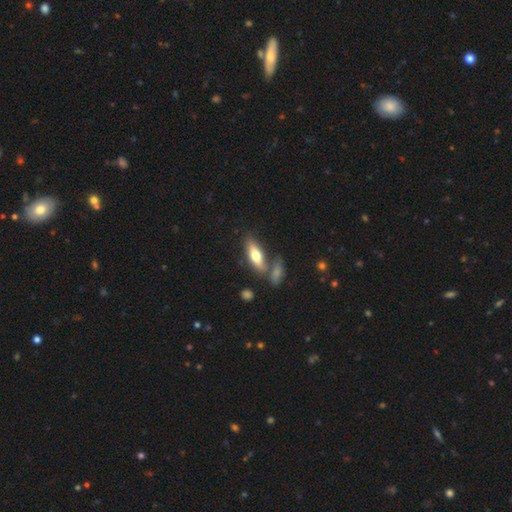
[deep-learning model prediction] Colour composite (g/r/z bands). It shows a smooth galaxy with no disk features (59%) that is in between round and cigar-shaped (57%). Merging: none (61%).